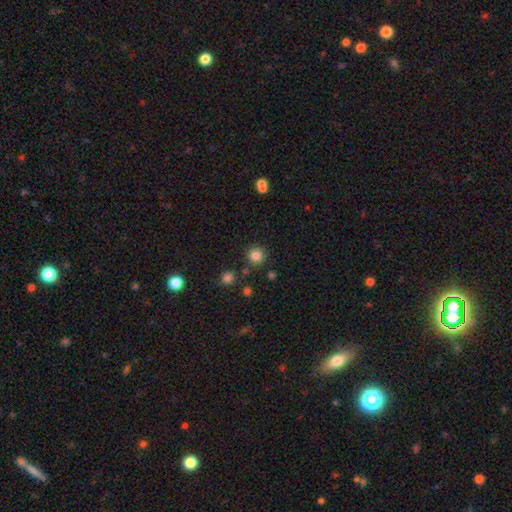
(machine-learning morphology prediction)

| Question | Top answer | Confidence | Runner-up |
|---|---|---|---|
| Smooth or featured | smooth | 84% | star or artifact (12%) |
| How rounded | round | 93% | in between (6%) |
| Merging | none | 86% | minor disturbance (7%) |